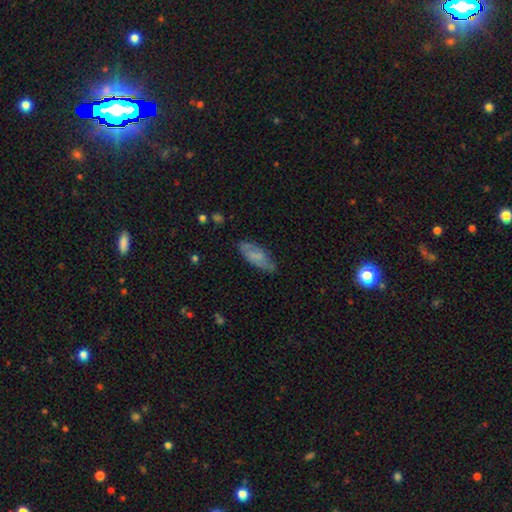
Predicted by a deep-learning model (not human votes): This appears to be a smooth galaxy with no disk features (60%) that is in between round and cigar-shaped (75%). Merging: none (70%).